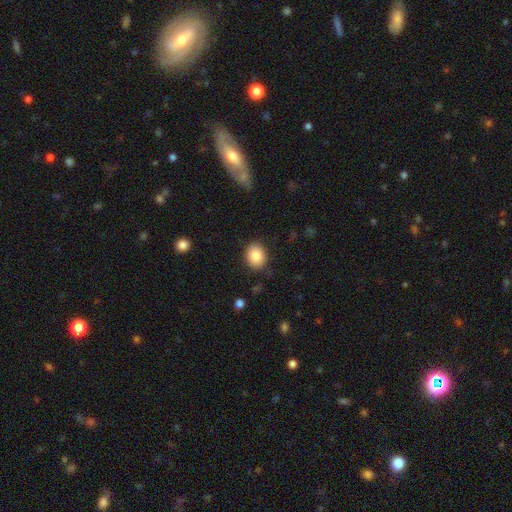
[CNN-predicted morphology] A smooth galaxy with no disk features (86%) that is round (51%).

Vote fractions:
- Smooth or featured? smooth: 86% / star or artifact: 8% / featured or disk: 6%
- How rounded? round: 51% / in between: 48% / cigar-shaped: 1%
- Merging? none: 85% / minor disturbance: 11% / major disturbance: 3% / merger: 1%